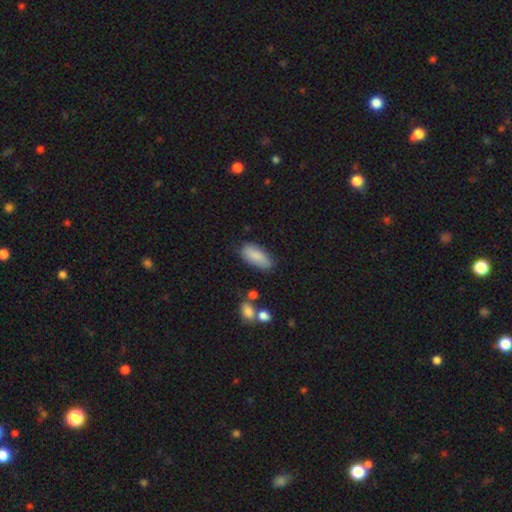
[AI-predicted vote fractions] smooth 81%, featured or disk 13%, star or artifact 6%. Down the decision tree: how rounded — in between (87%); merging — none (75%).